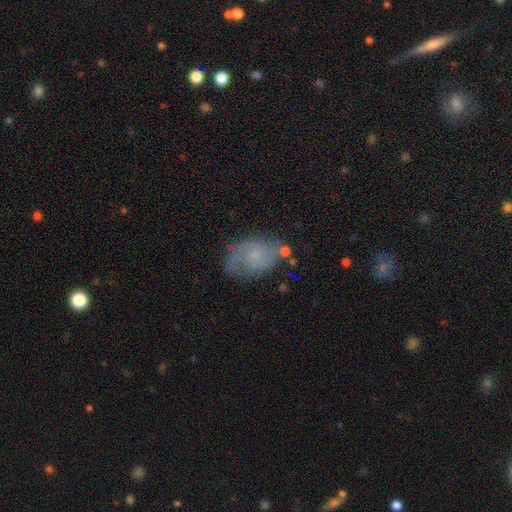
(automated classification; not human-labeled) Smooth or featured?
  - featured or disk: 60% *
  - smooth: 31%
  - star or artifact: 9%
Edge-on disk?
  - no: 97% *
  - yes: 3%
Bar?
  - no: 65% *
  - weak: 31%
  - strong: 4%
Spiral arms?
  - yes: 84% *
  - no: 16%
Bulge size?
  - small: 48% *
  - none: 30%
  - moderate: 19%
  - large: 3%
  - dominant: 1%
Merging?
  - none: 63% *
  - minor disturbance: 23%
  - major disturbance: 9%
  - merger: 5%